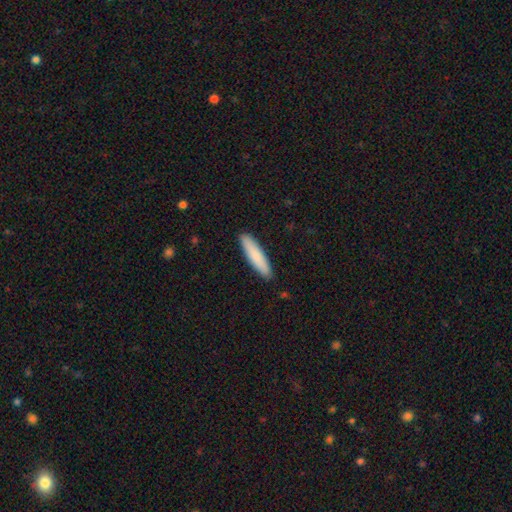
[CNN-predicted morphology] Q: Smooth or featured?
A: smooth (83%); runner-up: featured or disk (12%)
Q: How rounded?
A: cigar-shaped (82%); runner-up: in between (16%)
Q: Merging?
A: none (91%); runner-up: minor disturbance (7%)